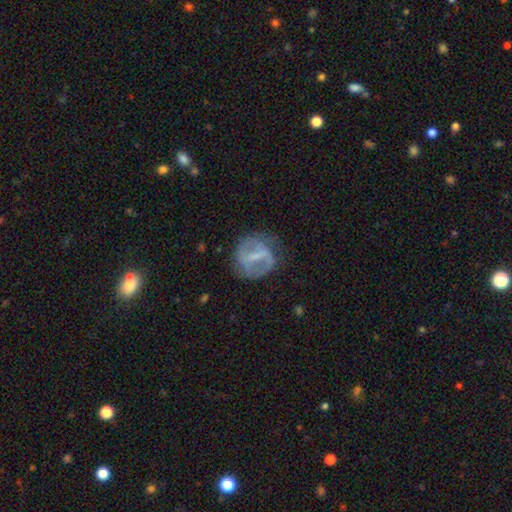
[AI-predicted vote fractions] This appears to be a featured or disk galaxy (71%) with a strong bar (55%), spiral arms (66%) and a small central bulge (47%). Merging: none (66%).